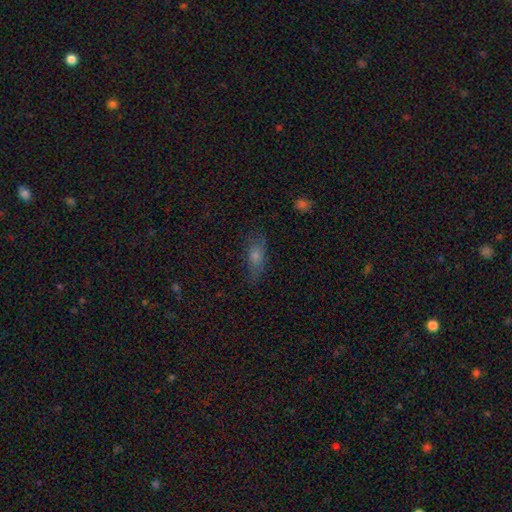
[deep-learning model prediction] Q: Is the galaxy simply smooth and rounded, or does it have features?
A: smooth — 55%.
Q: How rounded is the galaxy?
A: in between — 64%.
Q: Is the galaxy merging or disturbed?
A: none — 73%.